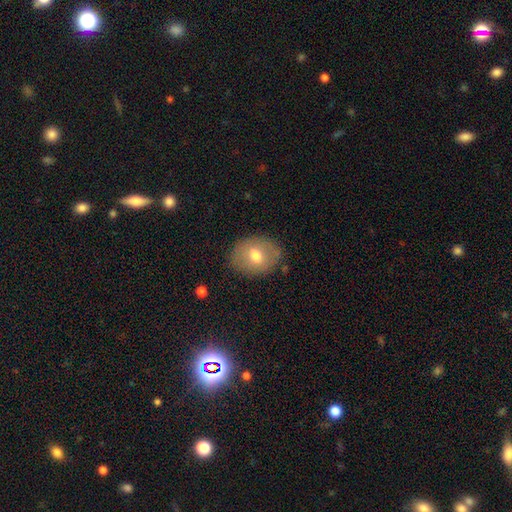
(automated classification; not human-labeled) Overall: smooth (68%). How rounded: in between (53%; round 46%). Merging: none (83%).